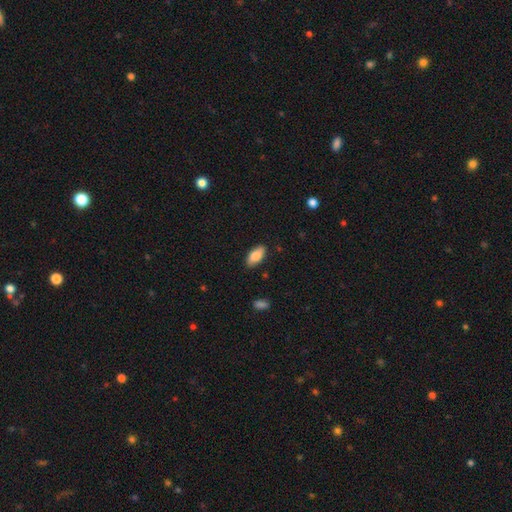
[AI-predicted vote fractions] Smooth or featured?
  - smooth: 81% *
  - featured or disk: 13%
  - star or artifact: 6%
How rounded?
  - in between: 91% *
  - cigar-shaped: 7%
  - round: 2%
Merging?
  - none: 84% *
  - minor disturbance: 12%
  - major disturbance: 2%
  - merger: 1%